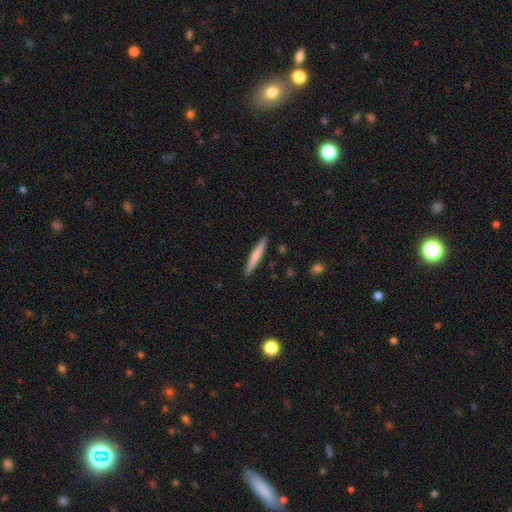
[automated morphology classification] Q: Smooth or featured?
A: smooth (70%); runner-up: featured or disk (25%)
Q: How rounded?
A: cigar-shaped (95%); runner-up: in between (4%)
Q: Merging?
A: none (91%); runner-up: minor disturbance (7%)